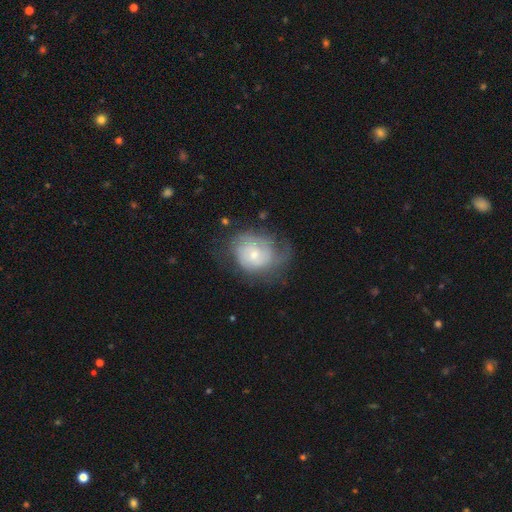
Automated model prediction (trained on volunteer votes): smooth-or-featured: featured or disk: 63% | smooth: 29% | star or artifact: 8%
  disk-edge-on: no: 97% | yes: 3%
    bar: no: 76% | weak: 21% | strong: 3%
    has-spiral-arms: yes: 82% | no: 18%
      spiral-winding: tight: 52% | medium: 32% | loose: 16%
      spiral-arm-count: can't tell: 46% | 2: 28% | 3: 11% | 1: 8% | 4: 4% | more than 4: 3%
    bulge-size: small: 60% | moderate: 34% | large: 3% | none: 2% | dominant: 1%
  merging: none: 53% | minor disturbance: 27% | major disturbance: 19% | merger: 2%